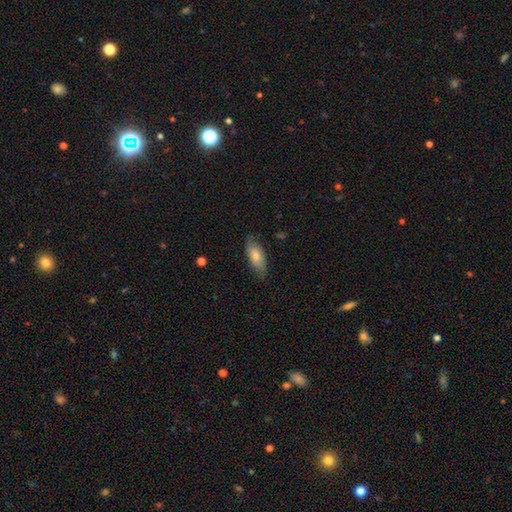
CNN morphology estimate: smooth-or-featured: smooth: 71% | featured or disk: 23% | star or artifact: 6%
  how-rounded: in between: 80% | cigar-shaped: 17% | round: 2%
  merging: none: 75% | minor disturbance: 20% | major disturbance: 4% | merger: 1%